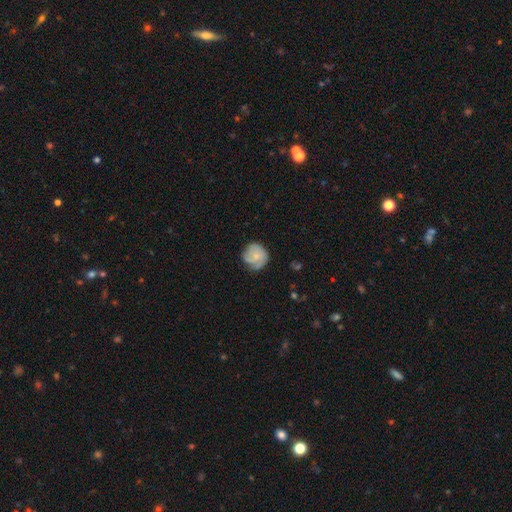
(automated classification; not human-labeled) Q: Smooth or featured?
A: featured or disk (48%); runner-up: smooth (44%)
Q: Merging?
A: none (66%); runner-up: minor disturbance (24%)